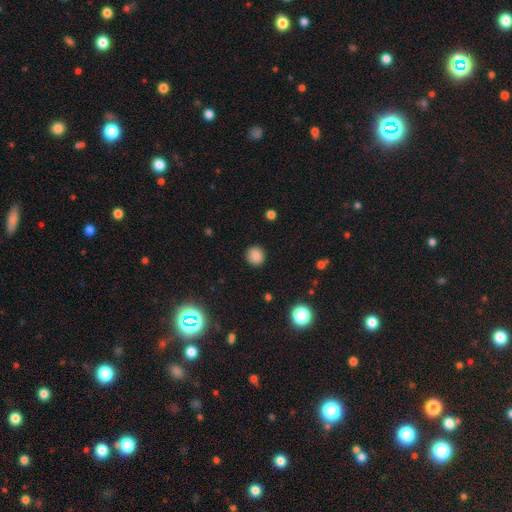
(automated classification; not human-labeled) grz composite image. It shows a smooth galaxy with no disk features (85%) that is round (87%). Merging: none (90%).